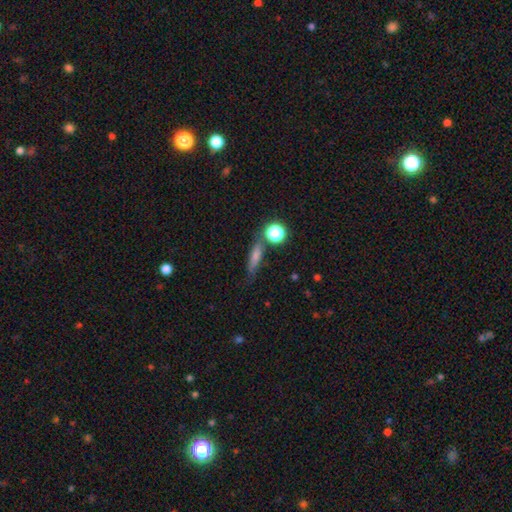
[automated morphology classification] Overall: smooth (71%). How rounded: cigar-shaped (59%; in between 28%). Merging: none (66%).